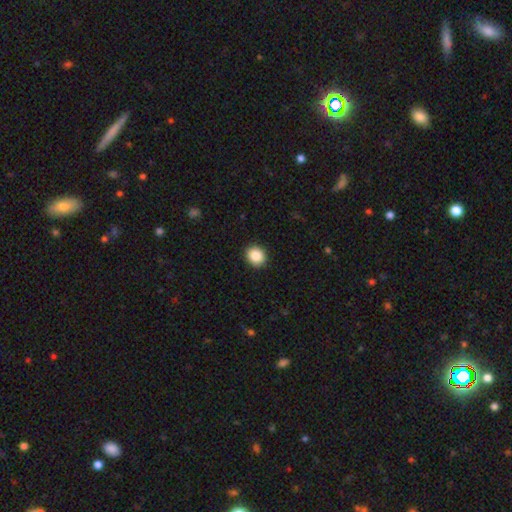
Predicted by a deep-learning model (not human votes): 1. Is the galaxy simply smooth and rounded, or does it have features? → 88% smooth, 8% star or artifact, 4% featured or disk.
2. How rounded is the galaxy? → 74% round, 26% in between, 1% cigar-shaped.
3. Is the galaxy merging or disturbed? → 91% none, 6% minor disturbance, 2% major disturbance, 1% merger.